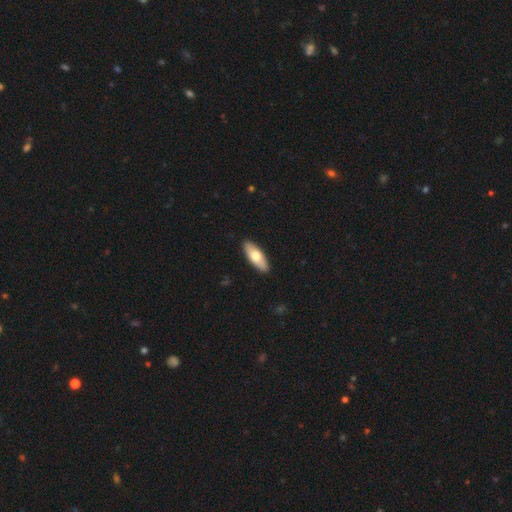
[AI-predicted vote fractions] A smooth galaxy with no disk features (67%) that is in between round and cigar-shaped (71%).

Vote fractions:
- Smooth or featured? smooth: 67% / featured or disk: 28% / star or artifact: 5%
- How rounded? in between: 71% / cigar-shaped: 27% / round: 2%
- Merging? none: 90% / minor disturbance: 7% / major disturbance: 1% / merger: 1%